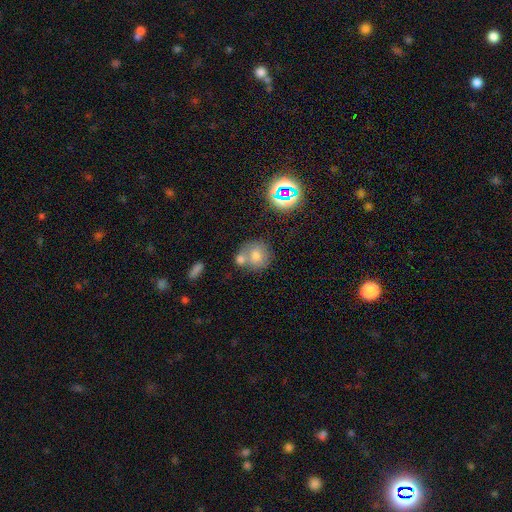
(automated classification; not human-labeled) A smooth galaxy with no disk features (69%) that is round (84%).

Vote fractions:
- Smooth or featured? smooth: 69% / featured or disk: 17% / star or artifact: 15%
- How rounded? round: 84% / in between: 14% / cigar-shaped: 1%
- Merging? none: 44% / merger: 41% / minor disturbance: 11% / major disturbance: 4%